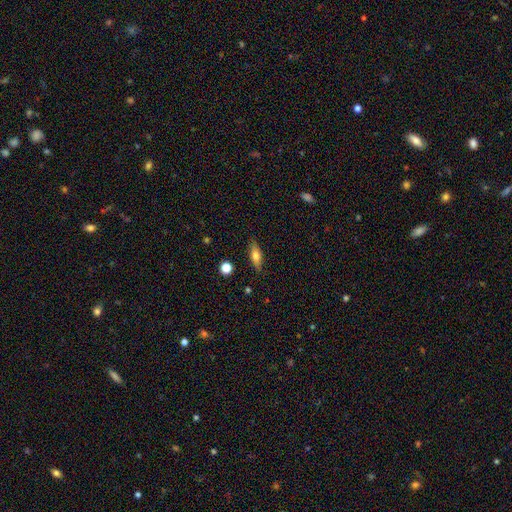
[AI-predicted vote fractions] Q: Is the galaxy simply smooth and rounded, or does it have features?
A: smooth — 68%.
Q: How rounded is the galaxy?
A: in between — 64%.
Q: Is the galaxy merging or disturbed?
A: none — 85%.